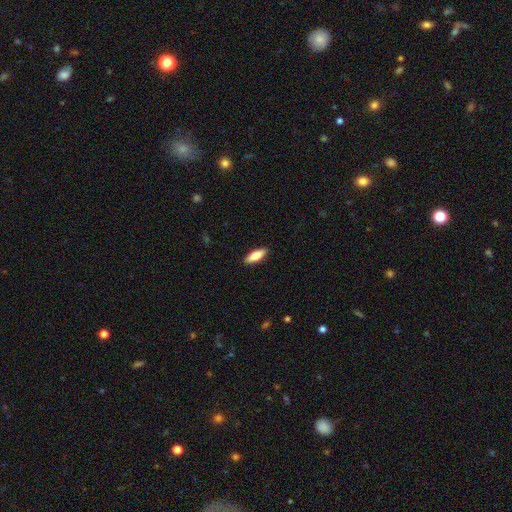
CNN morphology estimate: Smooth or featured? Predicted: smooth (p=0.77). How rounded? Predicted: in between (p=0.63). Merging? Predicted: none (p=0.89).